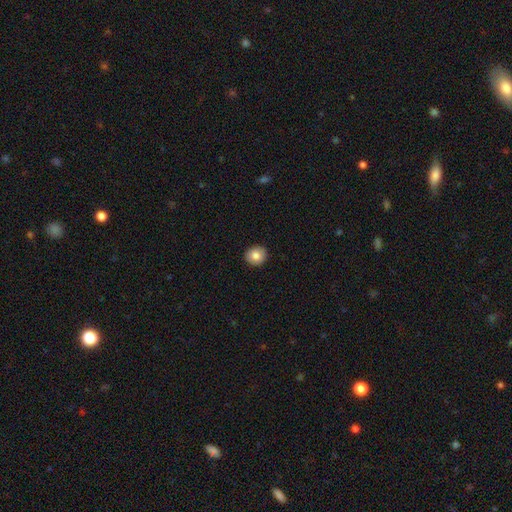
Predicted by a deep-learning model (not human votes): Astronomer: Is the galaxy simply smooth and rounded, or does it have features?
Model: smooth — 81%.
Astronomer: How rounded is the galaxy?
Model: round — 79%.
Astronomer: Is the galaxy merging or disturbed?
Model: none — 91%.